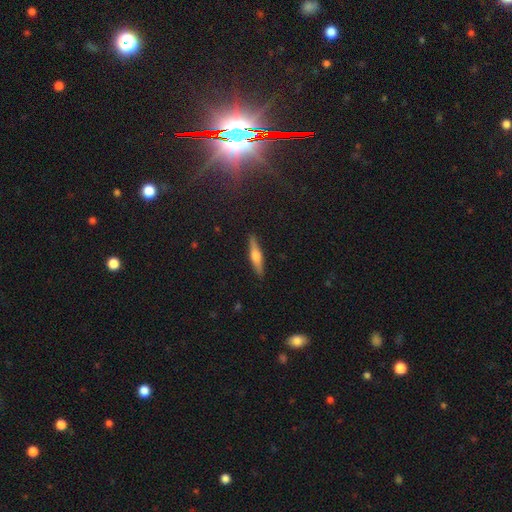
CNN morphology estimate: This appears to be a featured or disk galaxy (53%) viewed edge-on (95%) with a rounded central bulge (85%). Merging: none (90%).